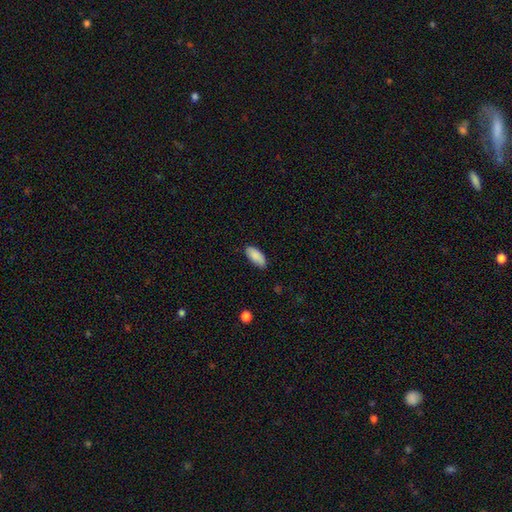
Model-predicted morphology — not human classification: A smooth galaxy with no disk features (88%) that is in between round and cigar-shaped (89%).

Vote fractions:
- Smooth or featured? smooth: 88% / star or artifact: 6% / featured or disk: 6%
- How rounded? in between: 89% / cigar-shaped: 9% / round: 2%
- Merging? none: 79% / minor disturbance: 17% / major disturbance: 3% / merger: 1%